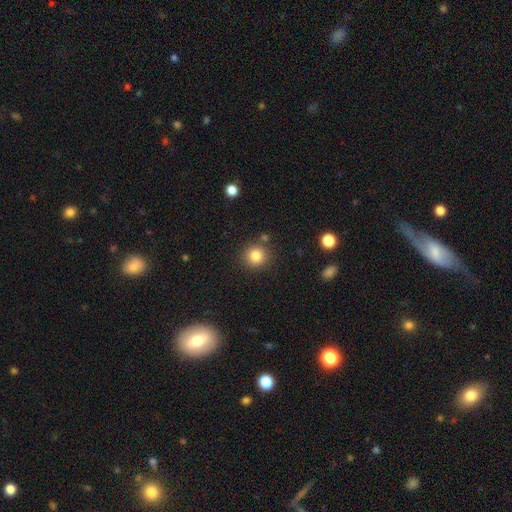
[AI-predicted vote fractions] Smooth or featured? smooth (83%)
How rounded? round (92%)
Merging? none (84%)